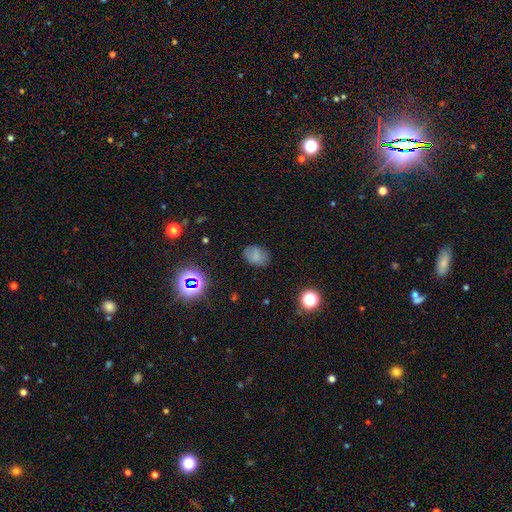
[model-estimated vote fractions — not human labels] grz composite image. It shows a smooth galaxy with no disk features (68%) that is in between round and cigar-shaped (69%). Merging: none (74%).